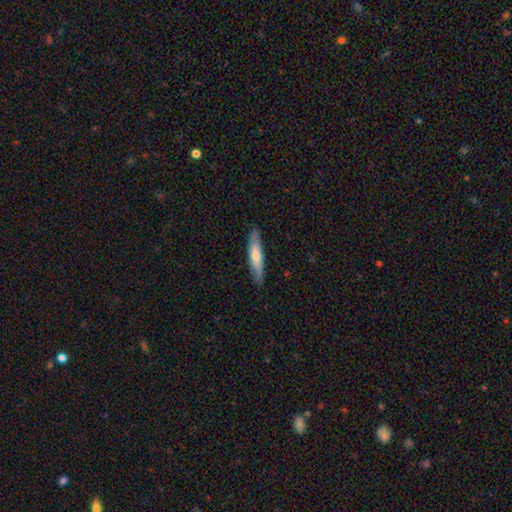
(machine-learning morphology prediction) The model was most divided on "smooth or featured": smooth: 57%, featured or disk: 37%, star or artifact: 6%. More confident: merging — none (88%); how rounded — cigar-shaped (87%).